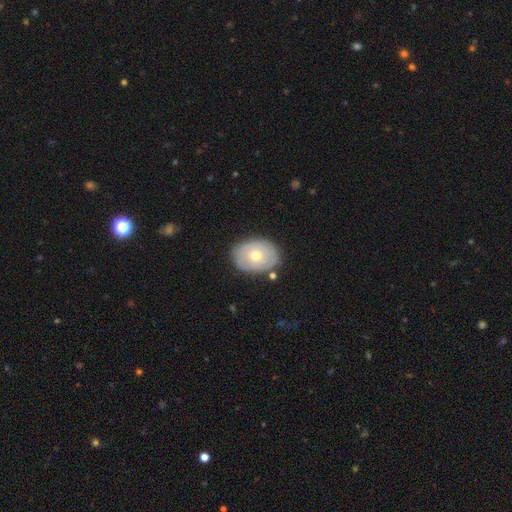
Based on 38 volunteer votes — This appears to be a featured or disk galaxy (53%) with no bar (78%), tight (100%) spiral arms (56%) and a moderate central bulge (67%). Merging: none (86%).